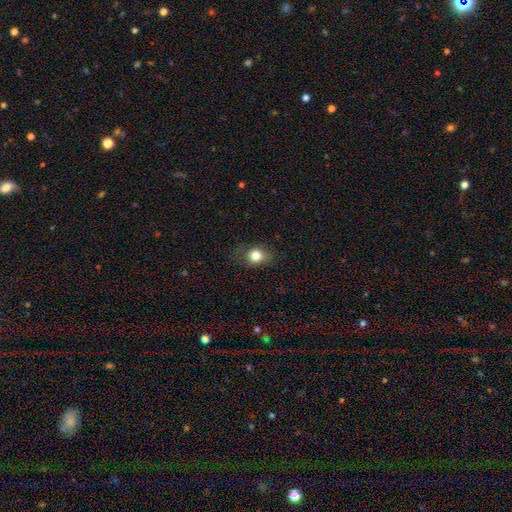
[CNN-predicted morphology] smooth_or_featured: smooth (p=0.80) [alt: star or artifact p=0.11]
how_rounded: round (p=0.50) [alt: in between p=0.48]
merging: none (p=0.70) [alt: minor disturbance p=0.21]